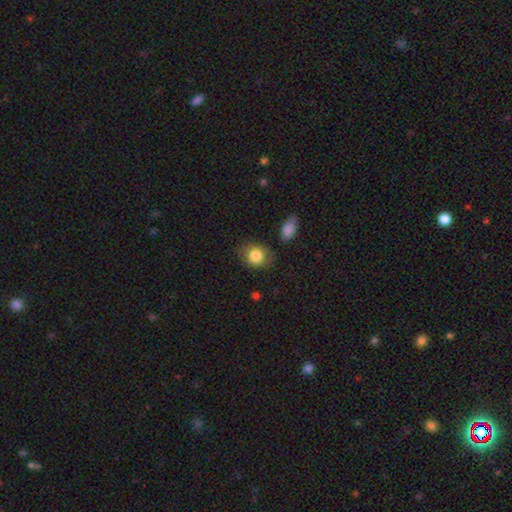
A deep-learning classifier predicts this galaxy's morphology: smooth-or-featured: smooth: 83% | featured or disk: 9% | star or artifact: 8%
  how-rounded: round: 61% | in between: 38% | cigar-shaped: 1%
  merging: none: 74% | minor disturbance: 18% | major disturbance: 5% | merger: 4%